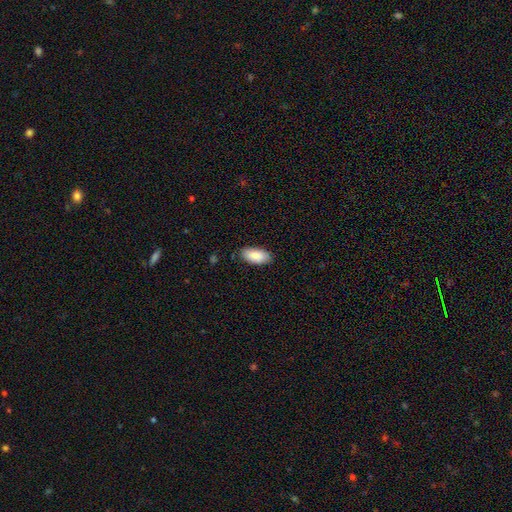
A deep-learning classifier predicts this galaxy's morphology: Overall: smooth (89%). How rounded: in between (93%). Merging: none (85%).